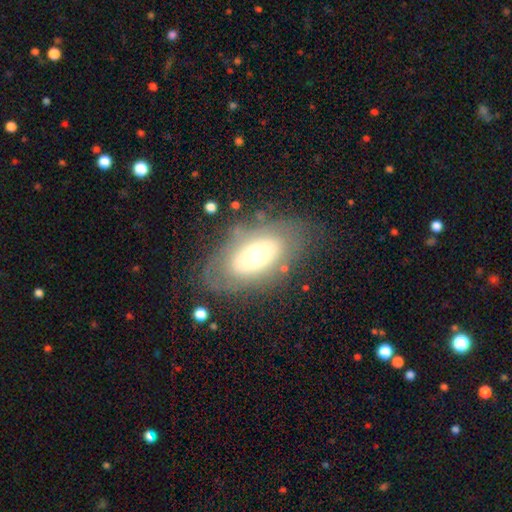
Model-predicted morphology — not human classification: Overall: featured or disk (46%, tied with smooth). Merging: none (68%).